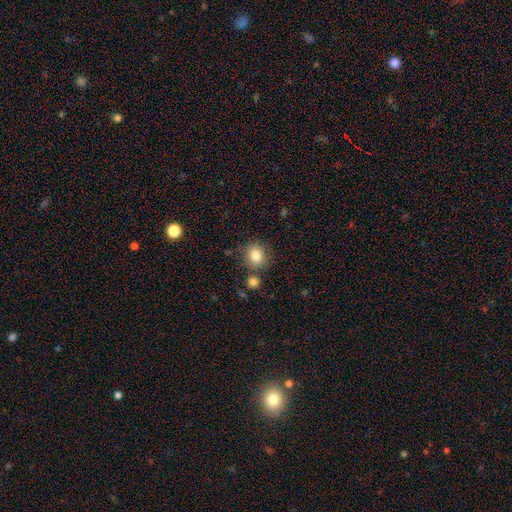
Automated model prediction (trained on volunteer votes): Overall: smooth (83%). How rounded: round (75%). Merging: none (76%).